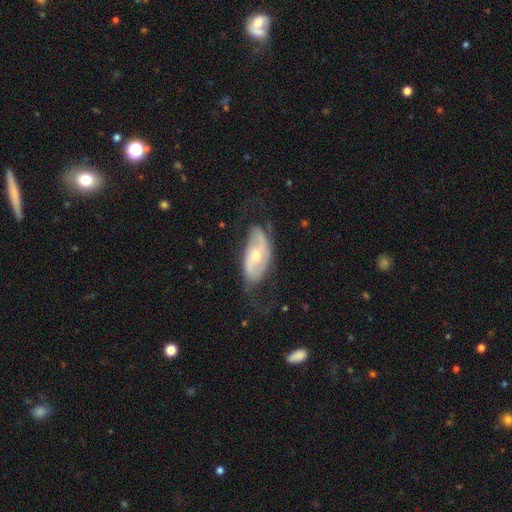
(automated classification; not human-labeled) smooth-or-featured: featured or disk: 74% | smooth: 20% | star or artifact: 6%
  disk-edge-on: no: 90% | yes: 10%
    bar: no: 54% | weak: 29% | strong: 17%
    has-spiral-arms: yes: 82% | no: 18%
      spiral-winding: loose: 39% | medium: 37% | tight: 24%
      spiral-arm-count: 2: 77% | can't tell: 15% | 1: 4% | 3: 2% | 4: 1% | more than 4: 1%
    bulge-size: small: 49% | moderate: 48% | large: 2% | none: 1% | dominant: 1%
  merging: none: 59% | minor disturbance: 24% | major disturbance: 15% | merger: 1%